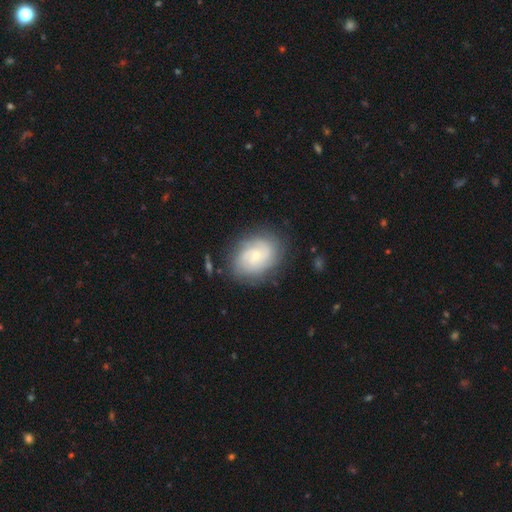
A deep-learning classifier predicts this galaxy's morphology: smooth-or-featured: featured or disk: 61% | smooth: 32% | star or artifact: 8%
  disk-edge-on: no: 97% | yes: 3%
    bar: no: 69% | weak: 27% | strong: 4%
    has-spiral-arms: yes: 87% | no: 13%
      spiral-winding: tight: 57% | medium: 31% | loose: 12%
      spiral-arm-count: can't tell: 41% | 2: 32% | 3: 14% | 4: 6% | 1: 5% | more than 4: 4%
    bulge-size: small: 66% | moderate: 28% | none: 3% | large: 2% | dominant: 1%
  merging: none: 78% | minor disturbance: 15% | major disturbance: 5% | merger: 2%